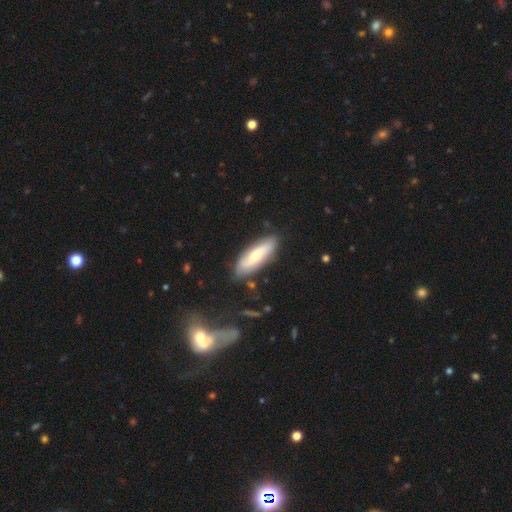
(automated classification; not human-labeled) Morphology: type=featured or disk (50%); merging=none (81%).